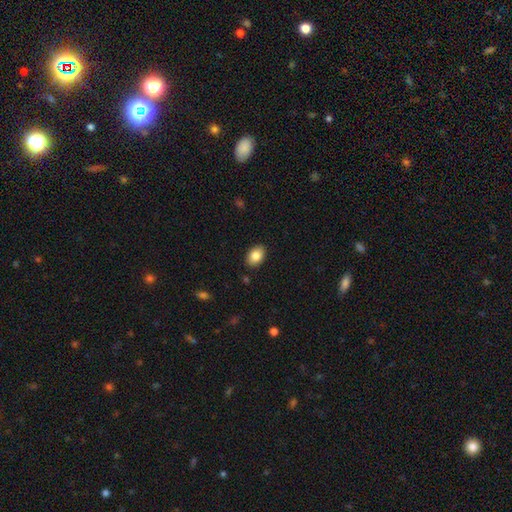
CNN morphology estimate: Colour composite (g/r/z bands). It shows a smooth galaxy with no disk features (84%) that is in between round and cigar-shaped (84%). Merging: none (89%).